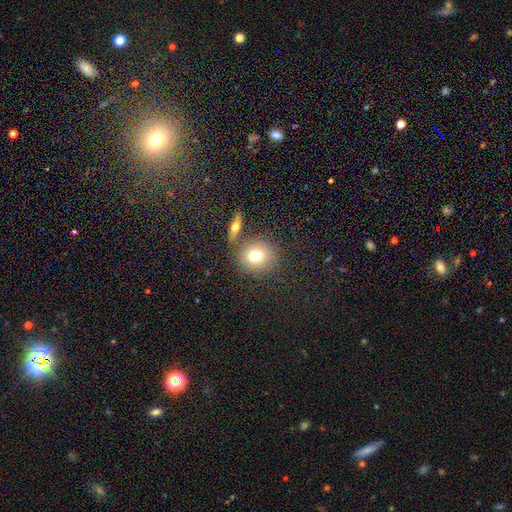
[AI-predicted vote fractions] smooth-or-featured: smooth: 75% | featured or disk: 14% | star or artifact: 12%
  how-rounded: round: 84% | in between: 15% | cigar-shaped: 1%
  merging: none: 73% | merger: 14% | minor disturbance: 9% | major disturbance: 4%